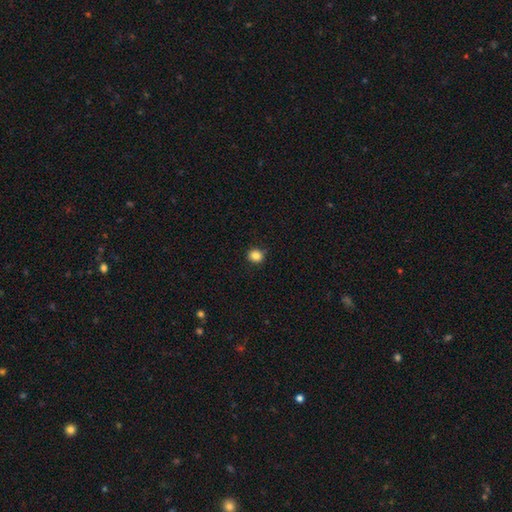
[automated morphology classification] Smooth or featured: smooth — 85% (star or artifact — 11%)
How rounded: round — 82% (in between — 18%)
Merging: none — 88% (minor disturbance — 9%)